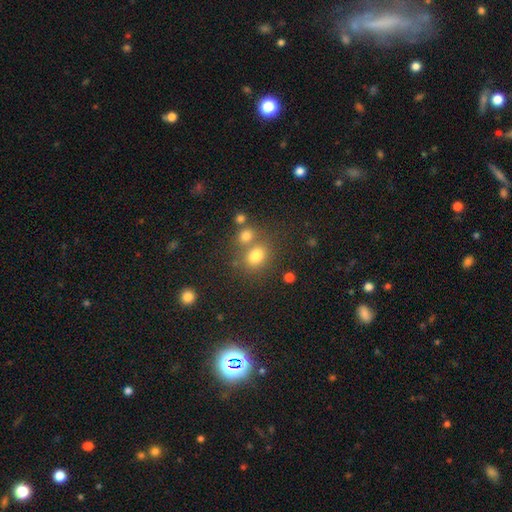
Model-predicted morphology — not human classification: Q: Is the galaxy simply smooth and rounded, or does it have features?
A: smooth — 76%.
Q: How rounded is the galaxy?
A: round — 57%.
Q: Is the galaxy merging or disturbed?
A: none — 56%.